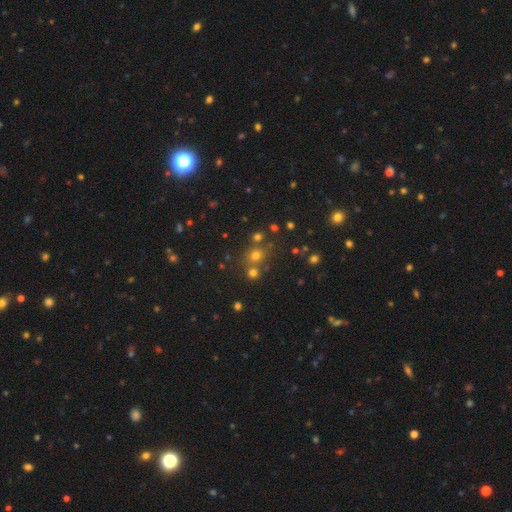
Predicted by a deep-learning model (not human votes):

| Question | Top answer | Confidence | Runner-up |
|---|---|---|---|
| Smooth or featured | smooth | 58% | star or artifact (32%) |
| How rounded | round | 85% | in between (14%) |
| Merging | none | 66% | merger (22%) |